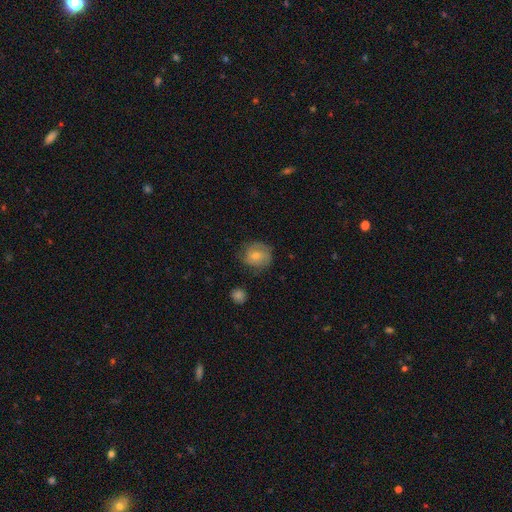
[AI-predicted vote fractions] A featured or disk galaxy (48%). Merging: none (76%).